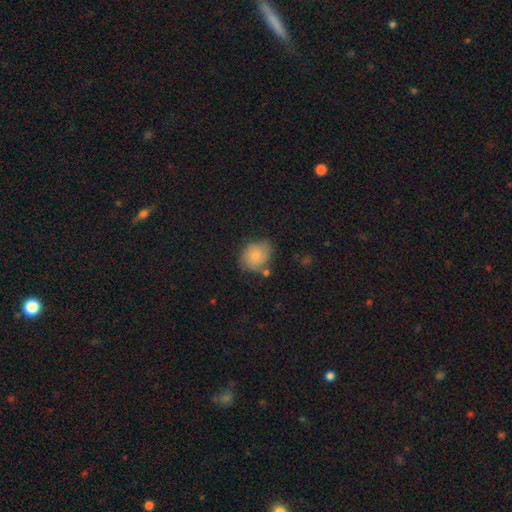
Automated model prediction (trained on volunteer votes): Smooth or featured: smooth — 77% (featured or disk — 15%)
How rounded: round — 58% (in between — 42%)
Merging: none — 61% (minor disturbance — 25%)